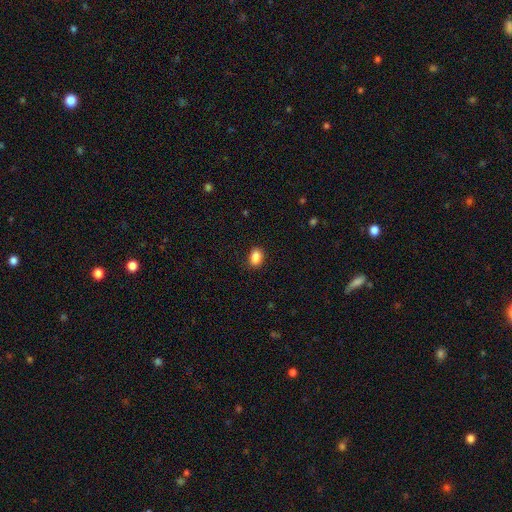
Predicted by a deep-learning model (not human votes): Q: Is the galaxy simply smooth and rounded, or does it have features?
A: smooth — 88%.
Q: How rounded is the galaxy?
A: in between — 82%.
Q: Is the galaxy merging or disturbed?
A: none — 83%.